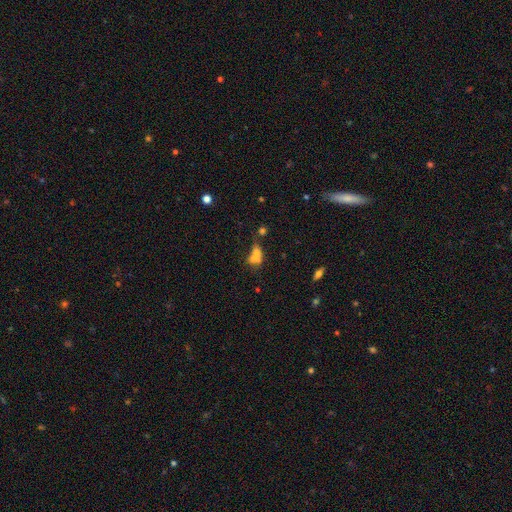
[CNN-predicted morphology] A smooth galaxy with no disk features (62%) that is in between round and cigar-shaped (58%).

Vote fractions:
- Smooth or featured? smooth: 62% / featured or disk: 22% / star or artifact: 16%
- How rounded? in between: 58% / round: 37% / cigar-shaped: 5%
- Merging? merger: 61% / none: 23% / minor disturbance: 9% / major disturbance: 8%